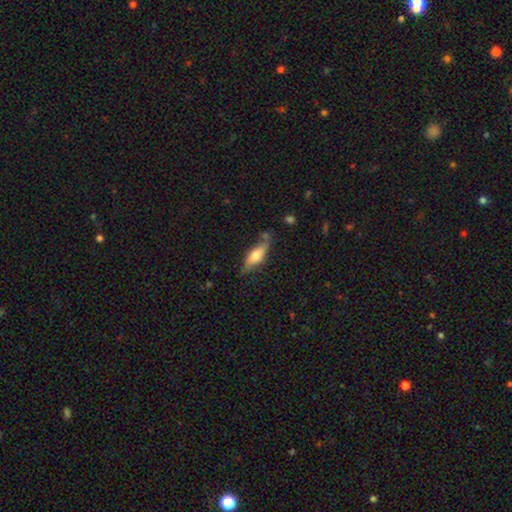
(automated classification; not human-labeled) smooth-or-featured: smooth: 52% | featured or disk: 42% | star or artifact: 6%
  how-rounded: cigar-shaped: 52% | in between: 45% | round: 3%
  merging: none: 71% | minor disturbance: 19% | merger: 5% | major disturbance: 4%